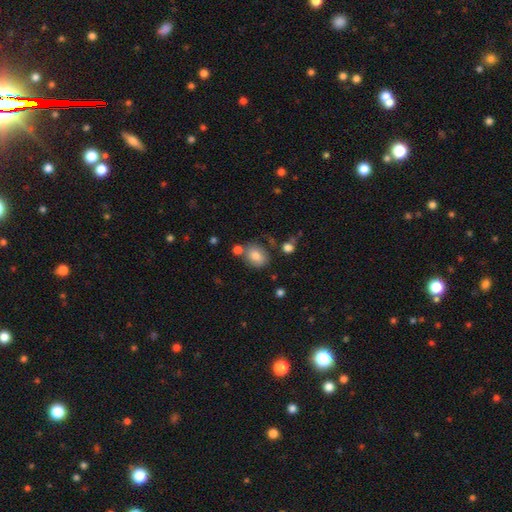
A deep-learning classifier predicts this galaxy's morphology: Q: Smooth or featured?
A: smooth (80%); runner-up: featured or disk (11%)
Q: How rounded?
A: in between (60%); runner-up: round (38%)
Q: Merging?
A: none (65%); runner-up: minor disturbance (16%)